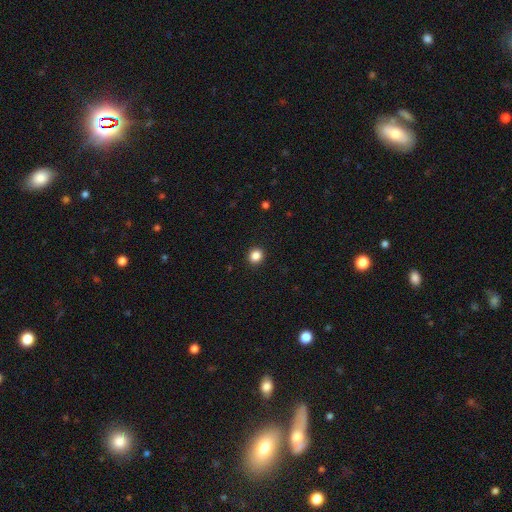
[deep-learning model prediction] Q: Smooth or featured?
A: smooth (86%); runner-up: star or artifact (11%)
Q: How rounded?
A: round (87%); runner-up: in between (12%)
Q: Merging?
A: none (93%); runner-up: minor disturbance (5%)